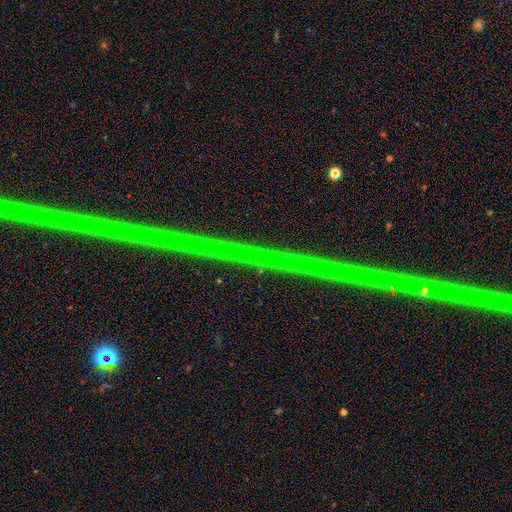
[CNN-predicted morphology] Smooth or featured? Predicted: star or artifact (p=0.89).